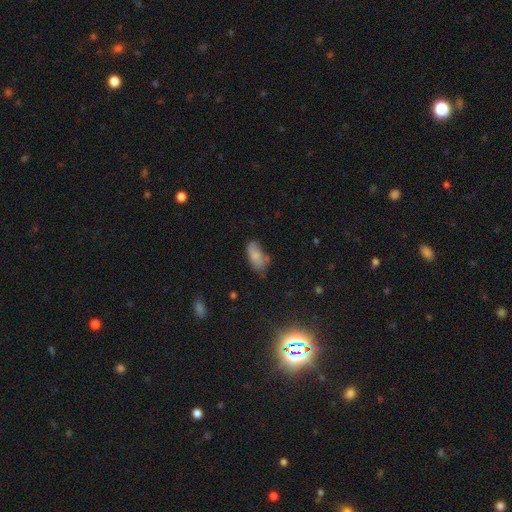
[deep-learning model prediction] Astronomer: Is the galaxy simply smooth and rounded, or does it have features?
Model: smooth — 79%.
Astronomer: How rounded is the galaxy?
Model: in between — 88%.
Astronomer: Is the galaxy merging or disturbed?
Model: none — 54% (runner-up: minor disturbance, 31%).